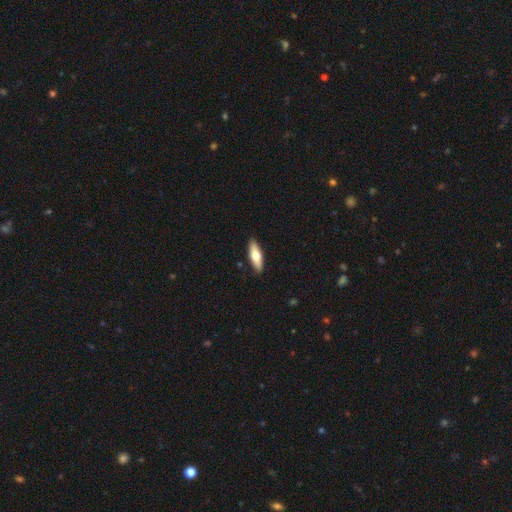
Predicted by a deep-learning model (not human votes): The model was most divided on "how rounded": in between: 50%, cigar-shaped: 48%, round: 2%. More confident: merging — none (90%); smooth or featured — smooth (63%).